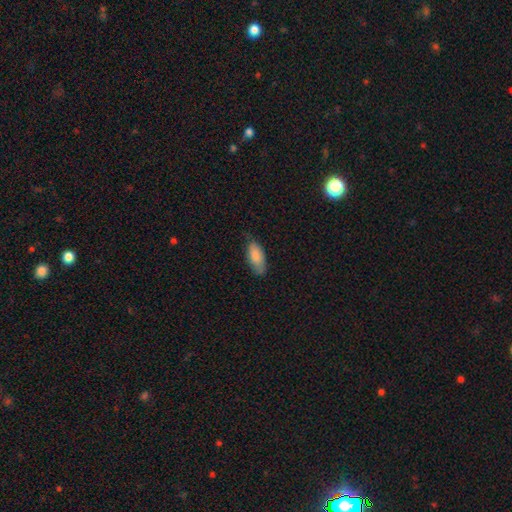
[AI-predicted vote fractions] smooth 86%, featured or disk 8%, star or artifact 6%. Down the decision tree: how rounded — in between (84%); merging — none (69%).